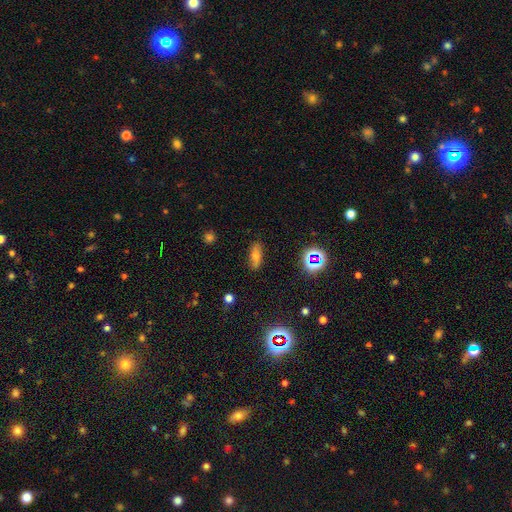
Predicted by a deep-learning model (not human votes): Smooth or featured? Predicted: smooth (p=0.60). How rounded? Predicted: in between (p=0.64). Merging? Predicted: none (p=0.83).